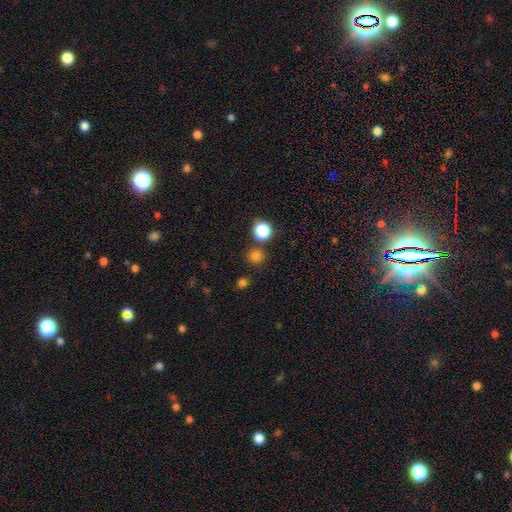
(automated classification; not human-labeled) Overall: smooth (78%). How rounded: round (92%). Merging: none (82%).